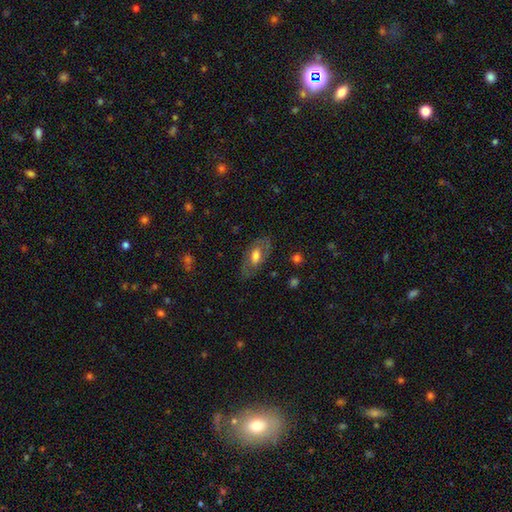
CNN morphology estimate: A smooth galaxy with no disk features (49%). Merging: none (74%).